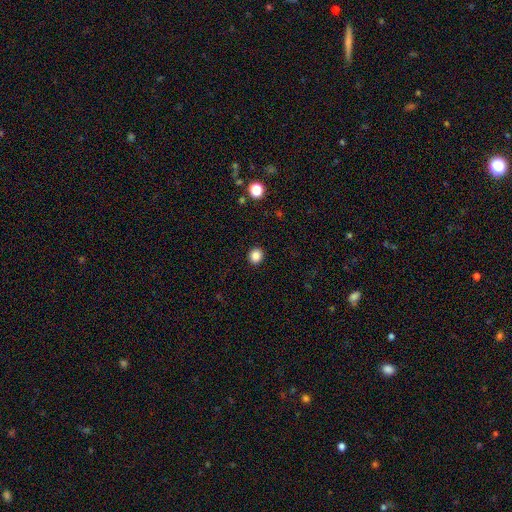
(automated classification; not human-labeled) Overall: smooth (86%). How rounded: round (85%). Merging: none (92%).